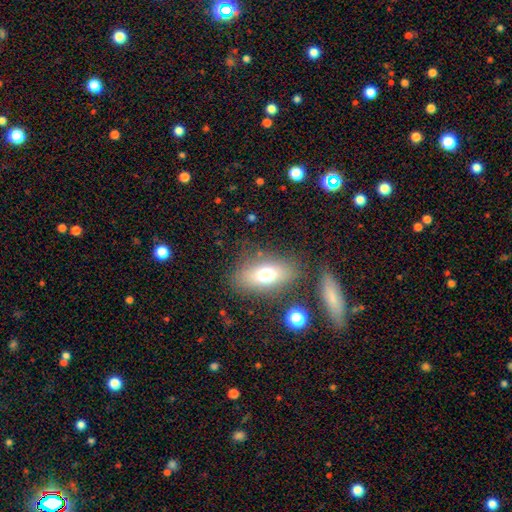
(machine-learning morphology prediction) smooth 60%, featured or disk 27%, star or artifact 13%. Down the decision tree: how rounded — in between (77%); merging — none (78%).